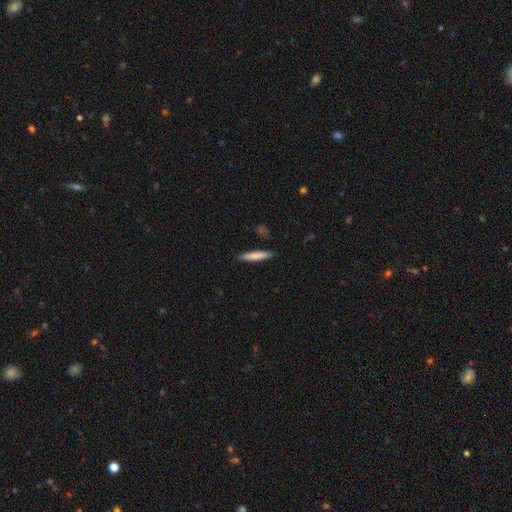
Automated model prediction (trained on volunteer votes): A smooth galaxy with no disk features (79%) that is cigar-shaped (92%).

Vote fractions:
- Smooth or featured? smooth: 79% / featured or disk: 15% / star or artifact: 6%
- How rounded? cigar-shaped: 92% / in between: 7% / round: 1%
- Merging? none: 88% / minor disturbance: 8% / major disturbance: 2% / merger: 2%